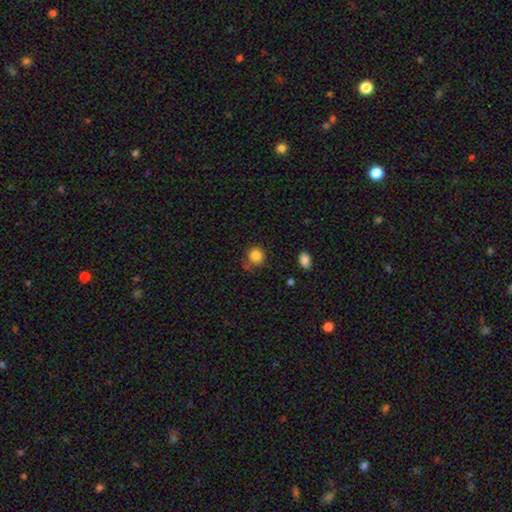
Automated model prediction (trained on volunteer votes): smooth 84%, star or artifact 10%, featured or disk 5%. Down the decision tree: how rounded — round (86%); merging — none (72%).